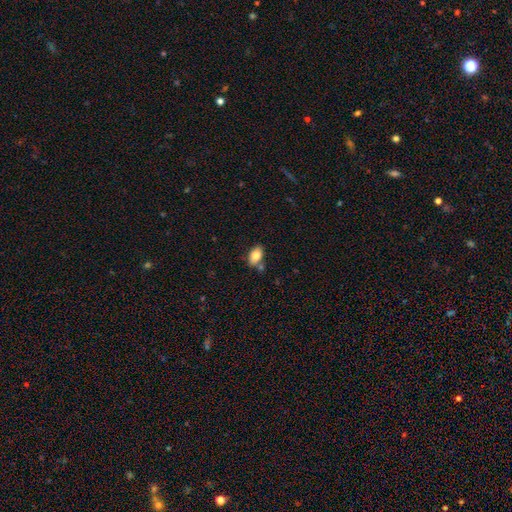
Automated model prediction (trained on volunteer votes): Smooth or featured? smooth (80%)
How rounded? in between (89%)
Merging? none (67%)